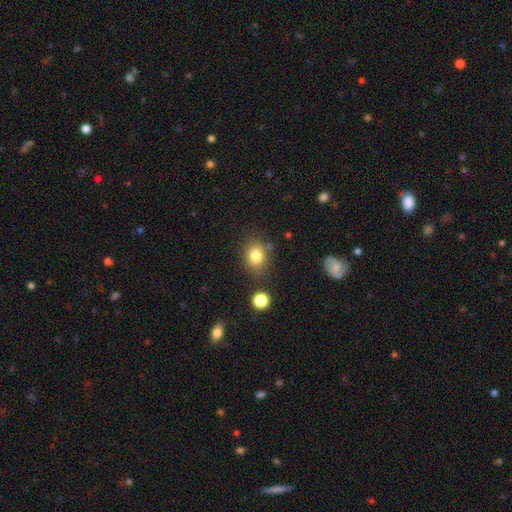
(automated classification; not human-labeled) Smooth or featured? smooth (81%)
How rounded? in between (51%)
Merging? none (76%)